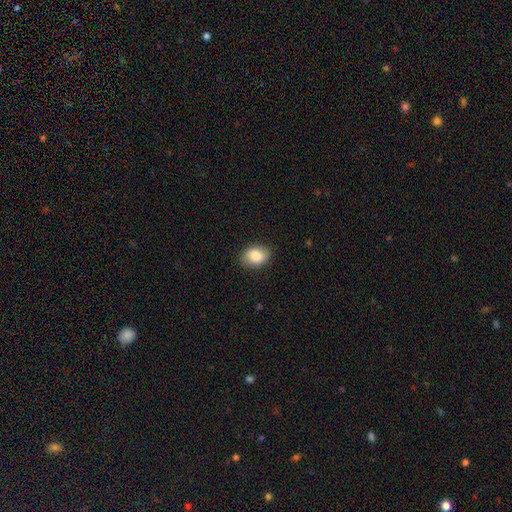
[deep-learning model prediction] Smooth or featured?
  - smooth: 86% *
  - star or artifact: 7%
  - featured or disk: 7%
How rounded?
  - in between: 73% *
  - round: 26%
  - cigar-shaped: 1%
Merging?
  - none: 83% *
  - minor disturbance: 13%
  - major disturbance: 3%
  - merger: 1%